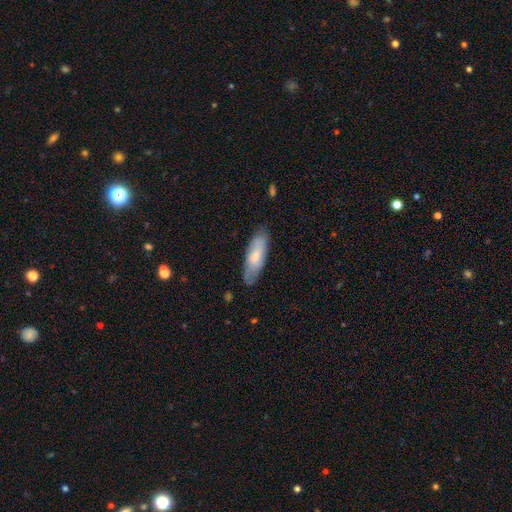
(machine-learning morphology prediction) This appears to be a smooth galaxy with no disk features (69%) that is in between round and cigar-shaped (58%). Merging: none (78%).